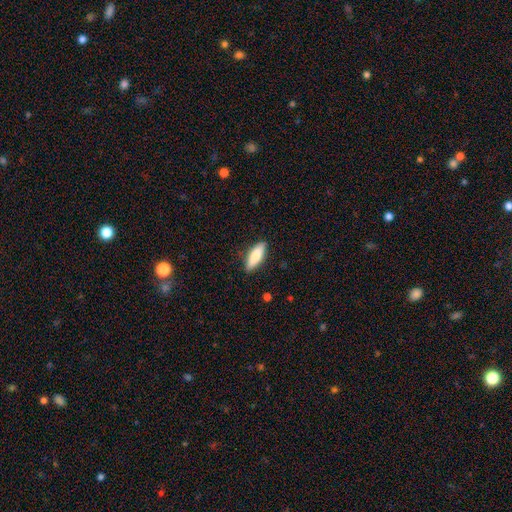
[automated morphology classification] type=smooth (78%); roundness=in between (54%); merging=none (86%).